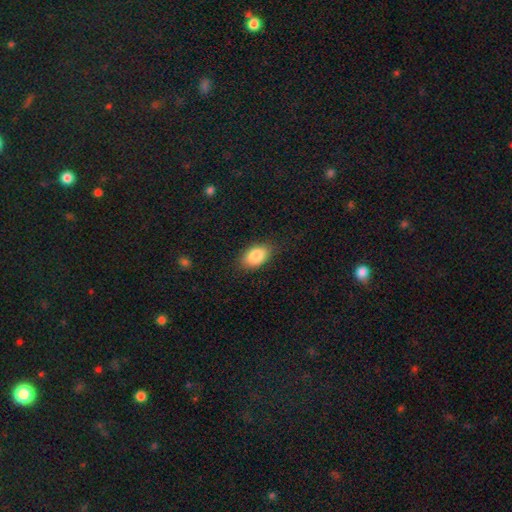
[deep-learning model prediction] smooth_or_featured: smooth (p=0.87) [alt: star or artifact p=0.07]
how_rounded: in between (p=0.91) [alt: round p=0.08]
merging: none (p=0.83) [alt: minor disturbance p=0.13]